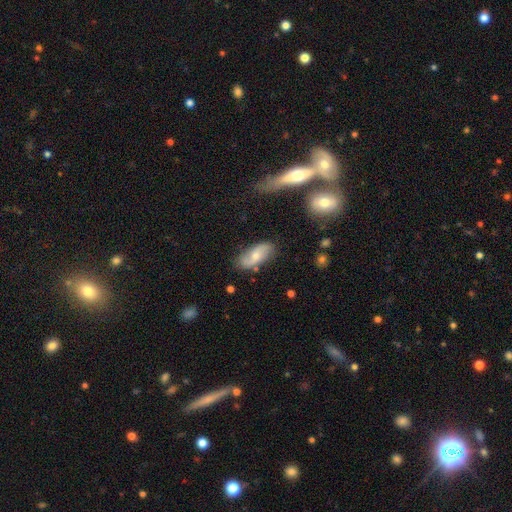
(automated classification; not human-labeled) A smooth galaxy with no disk features (48%).

Vote fractions:
- Smooth or featured? smooth: 48% / featured or disk: 45% / star or artifact: 7%
- Merging? none: 75% / minor disturbance: 18% / major disturbance: 4% / merger: 3%